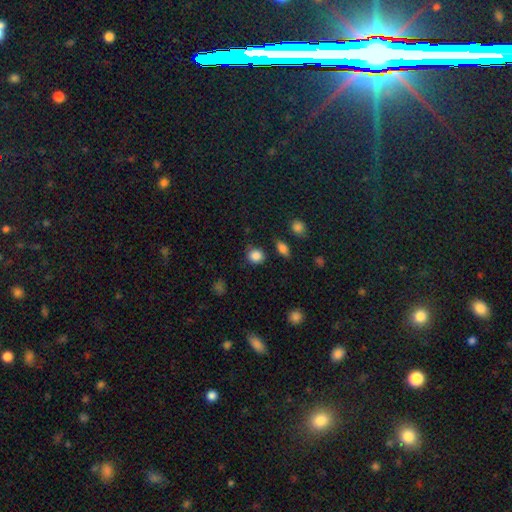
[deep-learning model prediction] Smooth or featured? Predicted: smooth (p=0.86). How rounded? Predicted: round (p=0.81). Merging? Predicted: none (p=0.79).